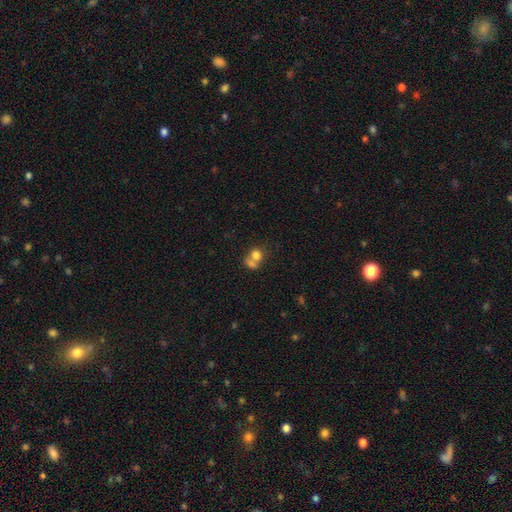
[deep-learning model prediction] smooth_or_featured: smooth (p=0.75) [alt: featured or disk p=0.14]
how_rounded: round (p=0.64) [alt: in between p=0.34]
merging: merger (p=0.57) [alt: none p=0.29]